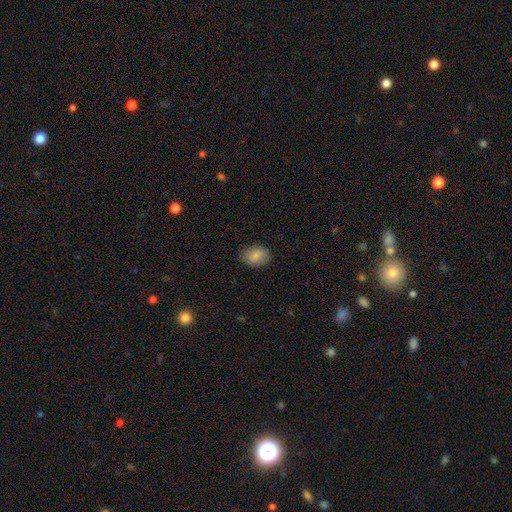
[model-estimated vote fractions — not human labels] A smooth galaxy with no disk features (85%) that is in between round and cigar-shaped (71%). Merging: none (85%).